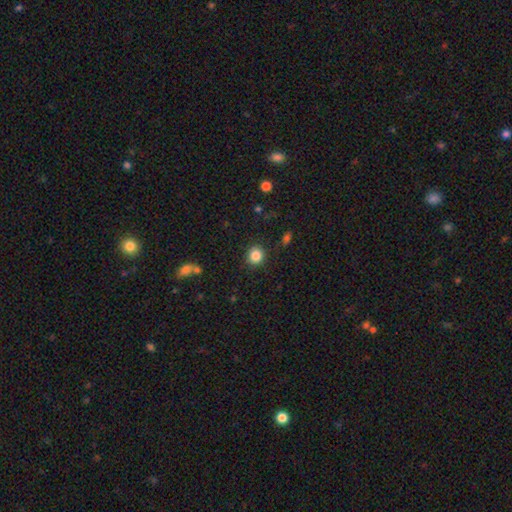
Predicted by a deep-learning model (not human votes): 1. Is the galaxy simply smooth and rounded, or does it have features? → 85% smooth, 11% star or artifact, 5% featured or disk.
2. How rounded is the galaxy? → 85% round, 14% in between, 1% cigar-shaped.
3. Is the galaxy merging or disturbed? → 88% none, 8% minor disturbance, 2% major disturbance, 2% merger.